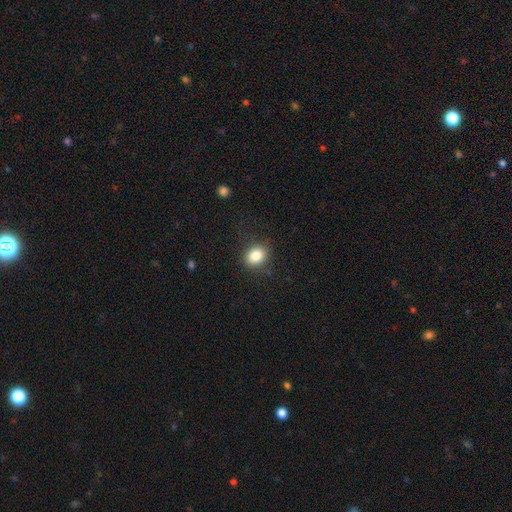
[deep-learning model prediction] This appears to be a smooth galaxy with no disk features (85%) that is round (50%). Merging: none (84%).